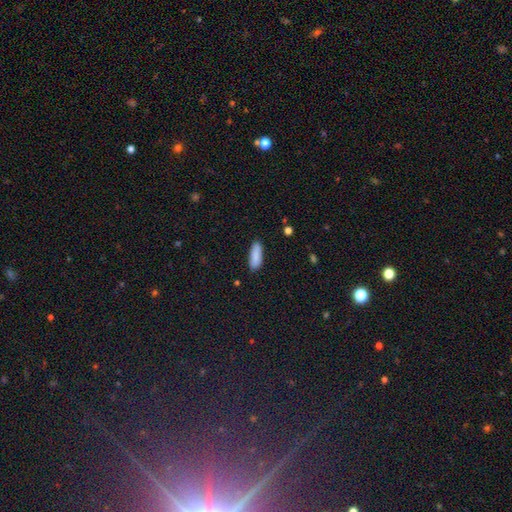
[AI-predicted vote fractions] smooth_or_featured: smooth (p=0.88) [alt: star or artifact p=0.06]
how_rounded: in between (p=0.58) [alt: cigar-shaped p=0.40]
merging: none (p=0.86) [alt: minor disturbance p=0.10]